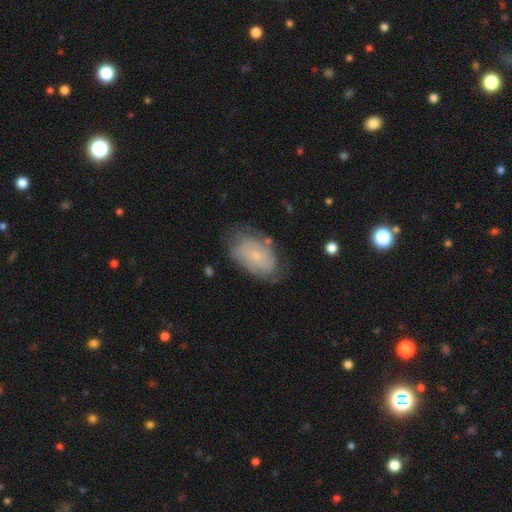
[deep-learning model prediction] Smooth or featured: smooth — 46% (tied with featured or disk — 46%)
Merging: none — 62% (minor disturbance — 25%)